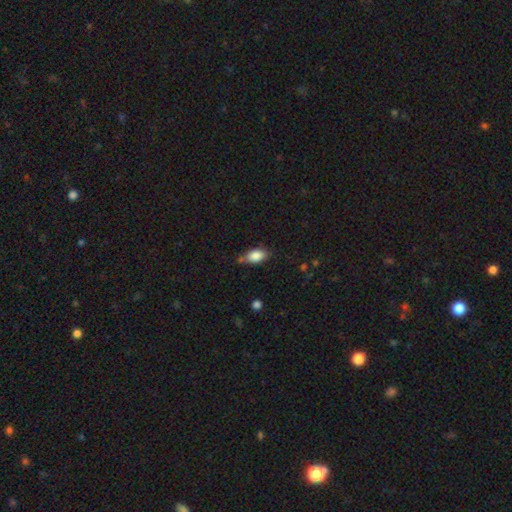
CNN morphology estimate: smooth_or_featured: smooth (p=0.85) [alt: featured or disk p=0.08]
how_rounded: in between (p=0.90) [alt: round p=0.06]
merging: none (p=0.68) [alt: minor disturbance p=0.21]